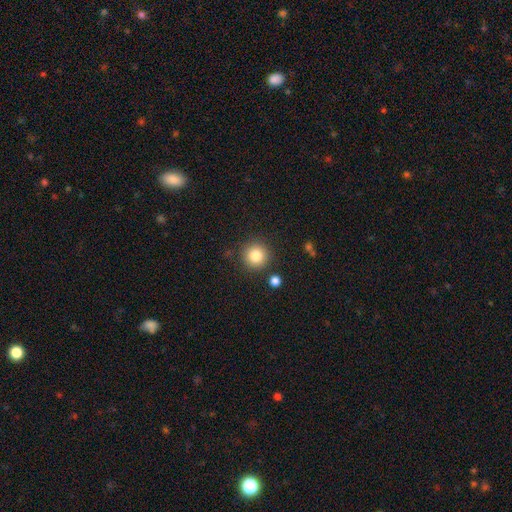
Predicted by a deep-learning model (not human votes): This is clearly a smooth galaxy (83%). How rounded: clearly round (95%). Merging: clearly none (87%).